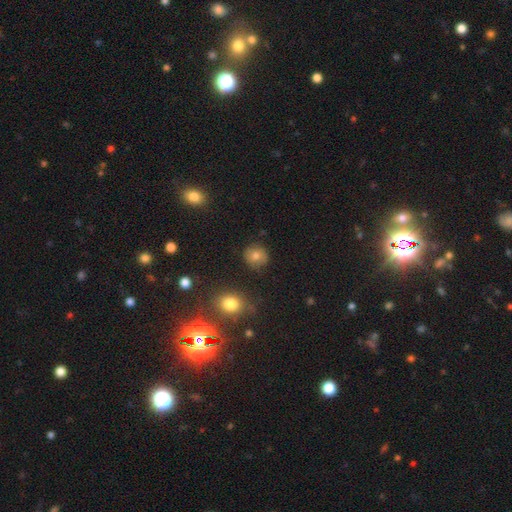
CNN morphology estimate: smooth-or-featured: smooth: 74% | star or artifact: 13% | featured or disk: 13%
  how-rounded: round: 84% | in between: 15% | cigar-shaped: 1%
  merging: none: 83% | minor disturbance: 12% | major disturbance: 3% | merger: 2%